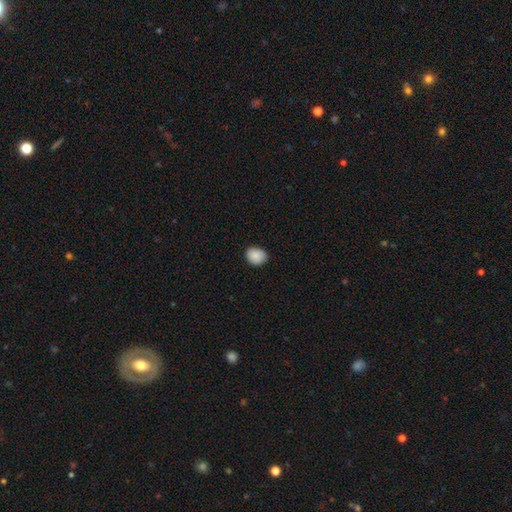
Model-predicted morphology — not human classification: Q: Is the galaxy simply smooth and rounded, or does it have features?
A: smooth — 88%.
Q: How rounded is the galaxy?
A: round — 58%.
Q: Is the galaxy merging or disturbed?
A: none — 85%.